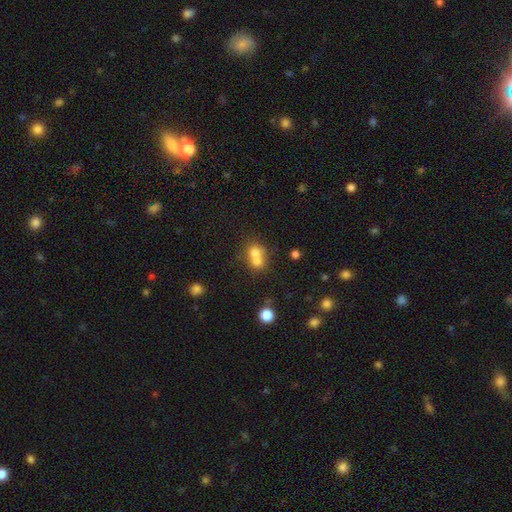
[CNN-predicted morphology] A smooth galaxy with no disk features (70%) that is round (70%).

Vote fractions:
- Smooth or featured? smooth: 70% / featured or disk: 17% / star or artifact: 13%
- How rounded? round: 70% / in between: 28% / cigar-shaped: 1%
- Merging? merger: 64% / none: 27% / minor disturbance: 6% / major disturbance: 3%